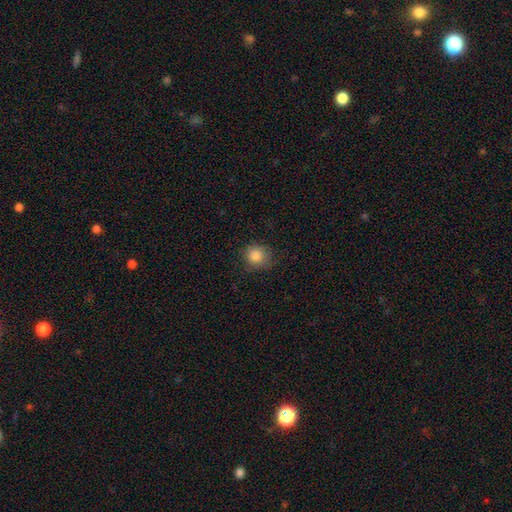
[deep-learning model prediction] Q: Smooth or featured?
A: smooth (85%); runner-up: star or artifact (10%)
Q: How rounded?
A: round (88%); runner-up: in between (11%)
Q: Merging?
A: none (76%); runner-up: minor disturbance (18%)